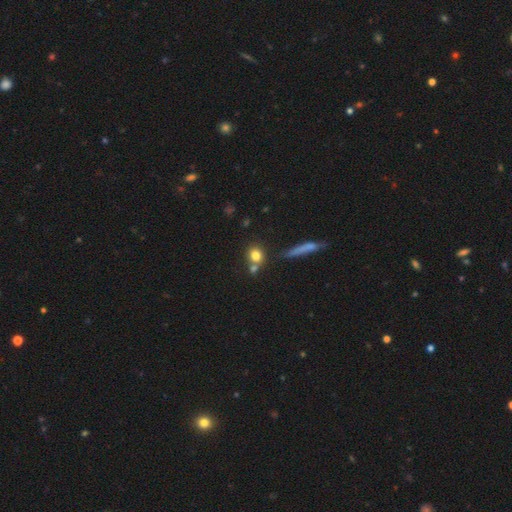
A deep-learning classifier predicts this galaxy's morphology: Q: Smooth or featured?
A: smooth (78%); runner-up: featured or disk (11%)
Q: How rounded?
A: round (71%); runner-up: in between (24%)
Q: Merging?
A: none (61%); runner-up: merger (25%)